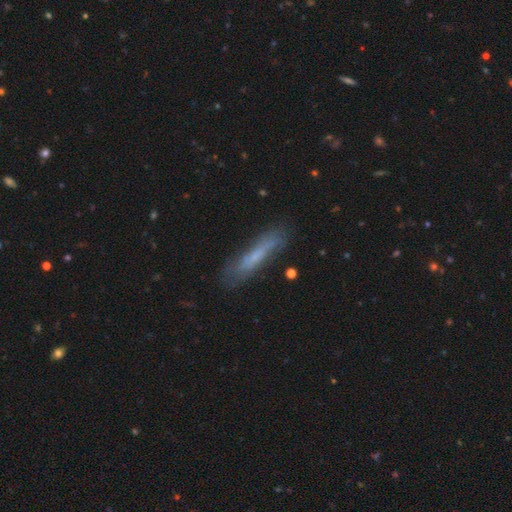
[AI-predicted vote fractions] smooth-or-featured: smooth: 55% | featured or disk: 37% | star or artifact: 8%
  how-rounded: cigar-shaped: 86% | in between: 12% | round: 2%
  merging: none: 75% | minor disturbance: 18% | major disturbance: 5% | merger: 2%